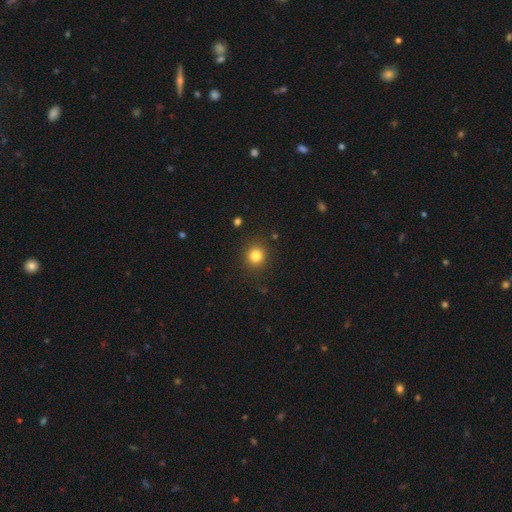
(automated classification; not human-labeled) Morphology: type=smooth (82%); roundness=round (90%); merging=none (89%).